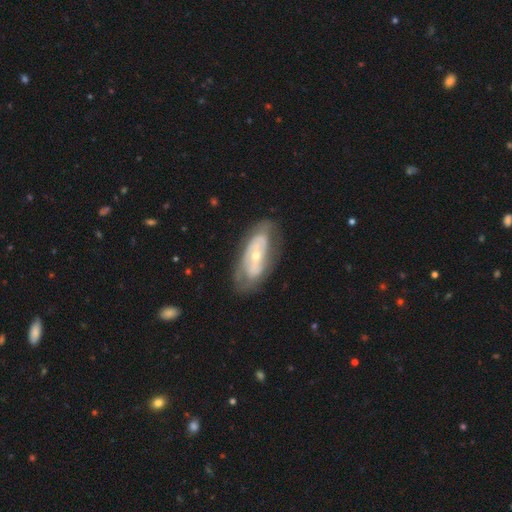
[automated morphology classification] This is likely a featured or disk galaxy (70%). It is clearly not viewed edge-on (89%). Bar: likely no (63%). Spiral arm pattern: possibly yes (54%). Central bulge: possibly small (55%). Merging: likely none (69%).